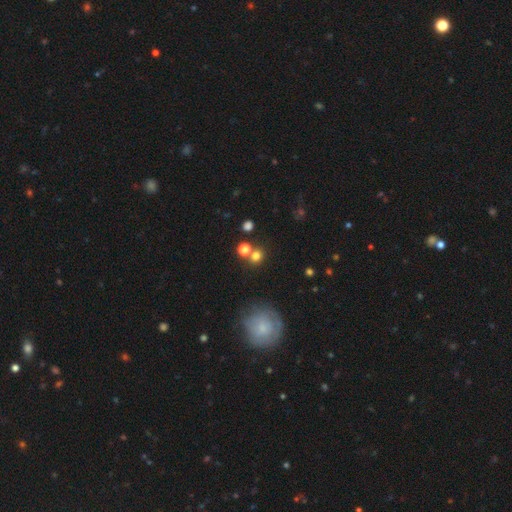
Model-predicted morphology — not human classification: Smooth or featured? smooth (72%)
How rounded? round (81%)
Merging? none (65%)